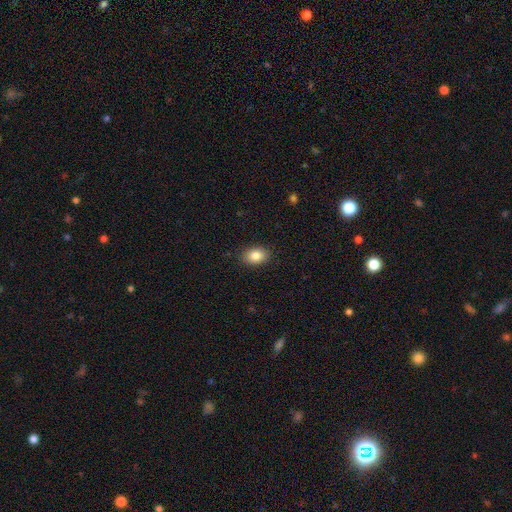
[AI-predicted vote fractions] This appears to be a smooth galaxy with no disk features (85%) that is in between round and cigar-shaped (81%). Merging: none (88%).